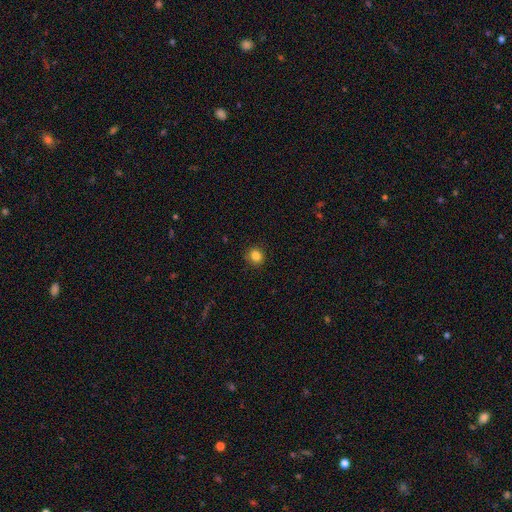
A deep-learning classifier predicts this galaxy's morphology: Overall: smooth (84%). How rounded: round (83%). Merging: none (89%).